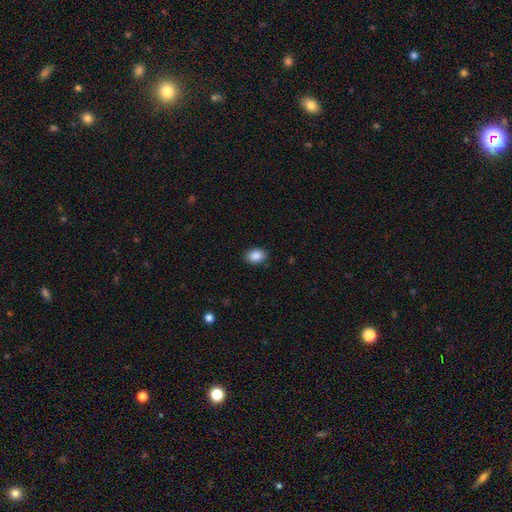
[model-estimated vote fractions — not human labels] Q: Smooth or featured?
A: smooth (88%); runner-up: star or artifact (8%)
Q: How rounded?
A: in between (79%); runner-up: round (20%)
Q: Merging?
A: none (87%); runner-up: minor disturbance (10%)